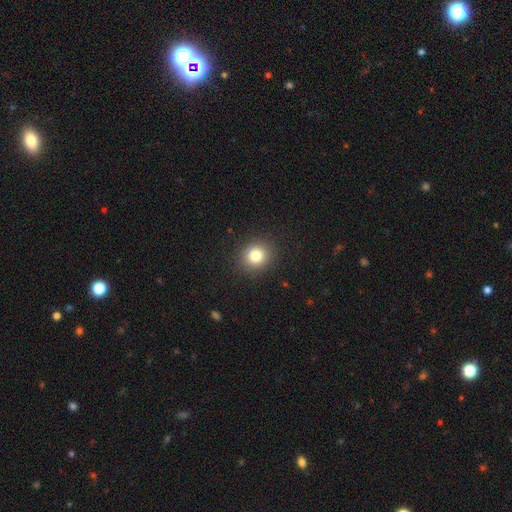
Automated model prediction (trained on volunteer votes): smooth_or_featured: smooth (p=0.81) [alt: star or artifact p=0.12]
how_rounded: round (p=0.81) [alt: in between p=0.18]
merging: none (p=0.90) [alt: minor disturbance p=0.07]